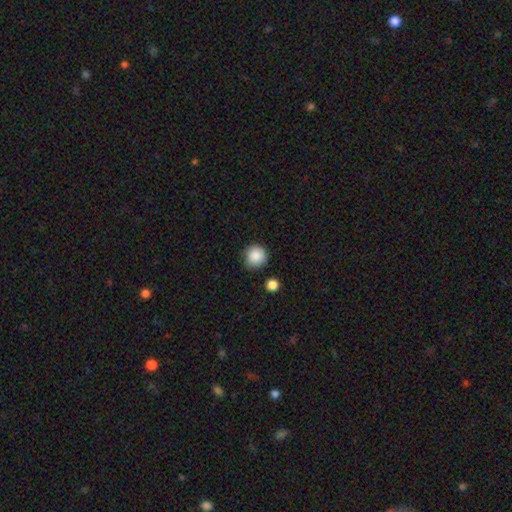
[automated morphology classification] smooth-or-featured: smooth: 88% | star or artifact: 9% | featured or disk: 3%
  how-rounded: round: 94% | in between: 5% | cigar-shaped: 1%
  merging: none: 85% | minor disturbance: 10% | merger: 3% | major disturbance: 3%